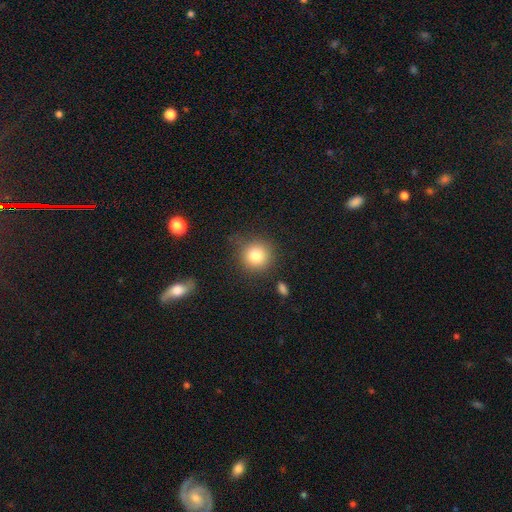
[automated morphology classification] smooth-or-featured: smooth: 82% | star or artifact: 10% | featured or disk: 8%
  how-rounded: round: 92% | in between: 7% | cigar-shaped: 1%
  merging: none: 80% | minor disturbance: 13% | major disturbance: 4% | merger: 3%